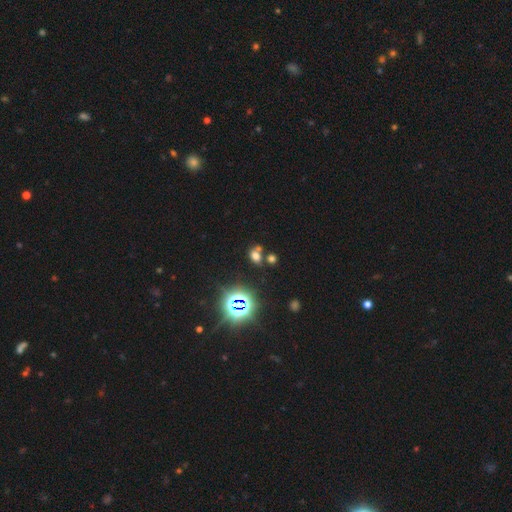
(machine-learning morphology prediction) smooth-or-featured: smooth: 56% | star or artifact: 34% | featured or disk: 10%
  how-rounded: in between: 69% | round: 29% | cigar-shaped: 2%
  merging: none: 53% | merger: 30% | minor disturbance: 11% | major disturbance: 5%